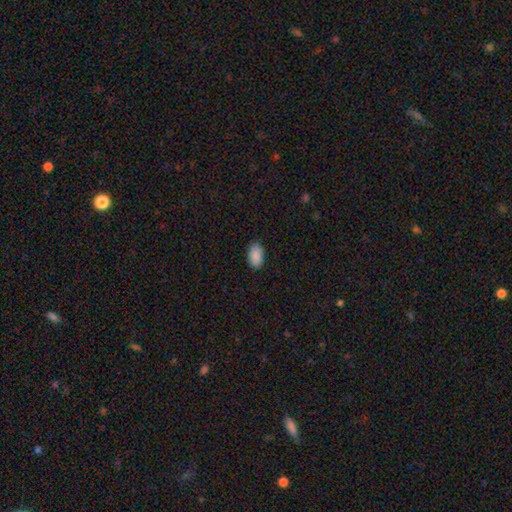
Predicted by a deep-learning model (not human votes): This is clearly a smooth galaxy (90%). How rounded: clearly in between (94%). Merging: clearly none (87%).